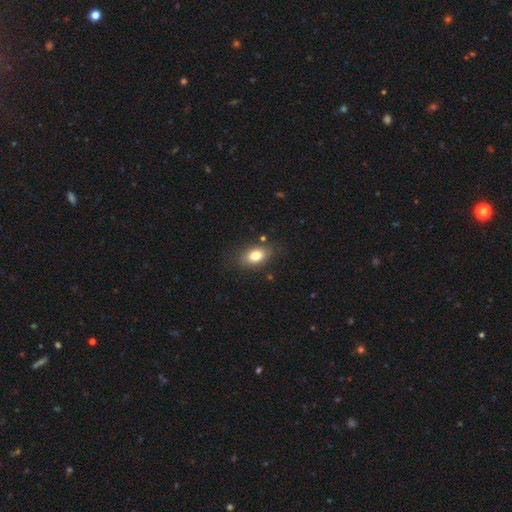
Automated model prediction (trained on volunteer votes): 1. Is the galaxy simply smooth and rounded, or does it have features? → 79% smooth, 13% featured or disk, 9% star or artifact.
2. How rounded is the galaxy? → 86% in between, 12% round, 3% cigar-shaped.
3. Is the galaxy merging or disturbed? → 82% none, 13% minor disturbance, 3% major disturbance, 2% merger.